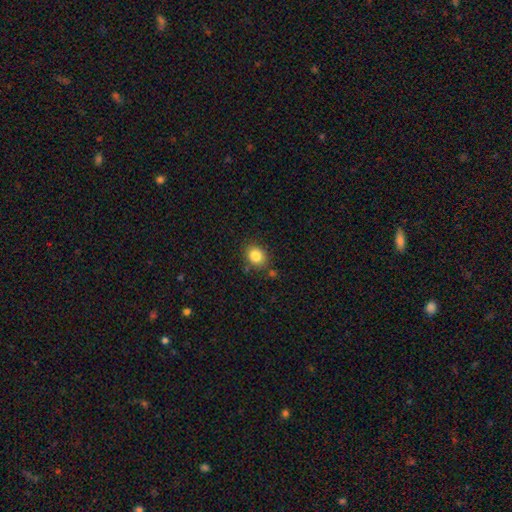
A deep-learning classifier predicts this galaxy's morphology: Smooth or featured?
  - smooth: 85% *
  - star or artifact: 10%
  - featured or disk: 6%
How rounded?
  - round: 62% *
  - in between: 37%
  - cigar-shaped: 1%
Merging?
  - none: 82% *
  - minor disturbance: 11%
  - merger: 4%
  - major disturbance: 3%